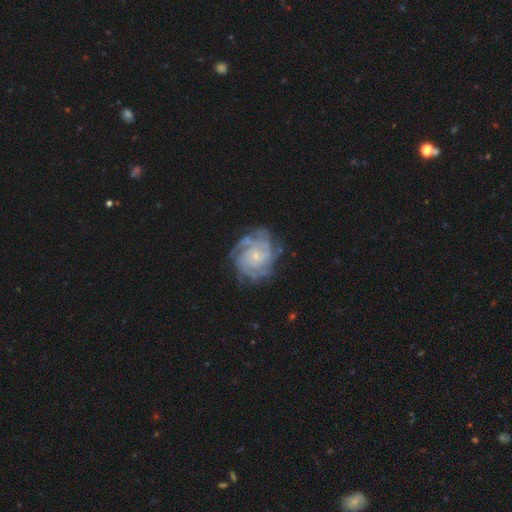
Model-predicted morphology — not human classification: A featured or disk galaxy (84%) with no bar (75%), tight (66%) spiral arms (95%) and a small central bulge (80%).

Vote fractions:
- Smooth or featured? featured or disk: 84% / smooth: 9% / star or artifact: 6%
- Edge-on disk? no: 98% / yes: 2%
- Bar? no: 75% / weak: 21% / strong: 4%
- Spiral arms? yes: 95% / no: 5%
- Spiral winding? tight: 66% / medium: 27% / loose: 7%
- Spiral arm count? can't tell: 33% / 4: 22% / 3: 17% / 2: 12% / more than 4: 10% / 1: 7%
- Bulge size? small: 80% / moderate: 14% / none: 4% / large: 1% / dominant: 1%
- Merging? none: 69% / minor disturbance: 19% / major disturbance: 10% / merger: 2%